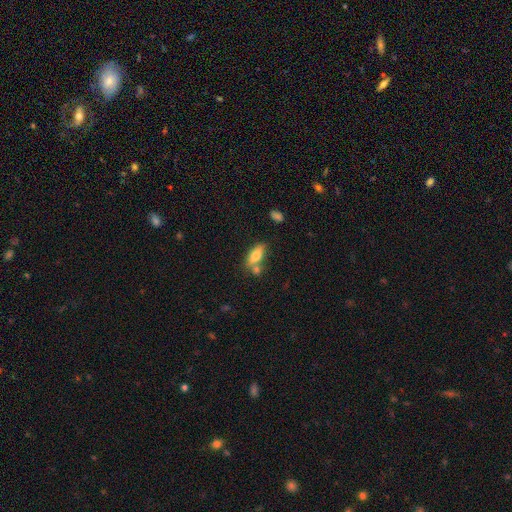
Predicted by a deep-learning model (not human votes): smooth_or_featured: smooth (p=0.73) [alt: featured or disk p=0.19]
how_rounded: in between (p=0.72) [alt: cigar-shaped p=0.24]
merging: none (p=0.60) [alt: merger p=0.21]